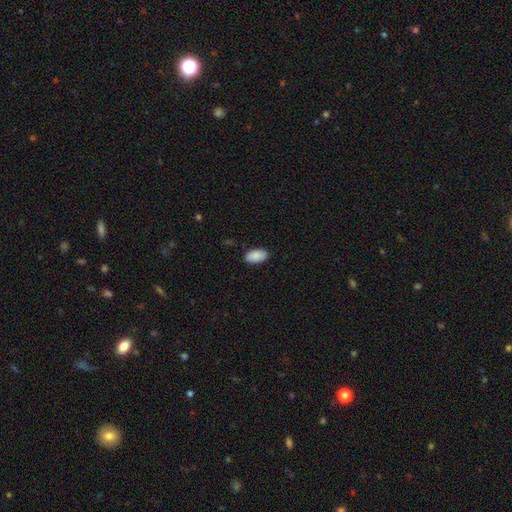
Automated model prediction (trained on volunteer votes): A smooth galaxy with no disk features (90%) that is in between round and cigar-shaped (95%). Merging: none (87%).